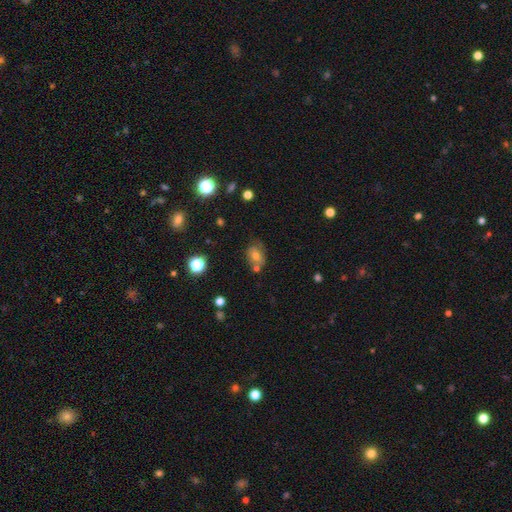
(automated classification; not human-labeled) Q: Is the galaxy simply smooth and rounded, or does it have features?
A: smooth — 64%.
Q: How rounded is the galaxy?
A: in between — 68%.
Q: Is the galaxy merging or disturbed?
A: none — 58%.